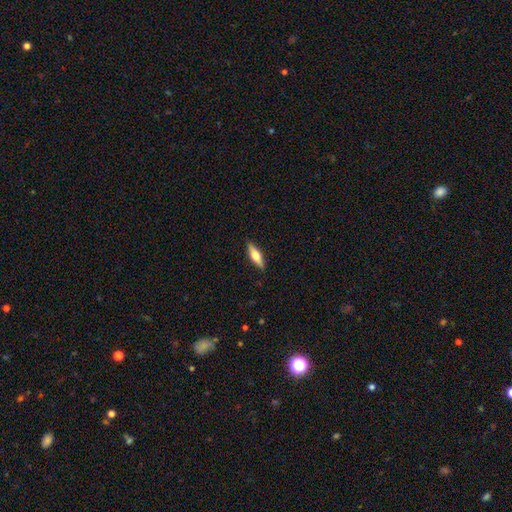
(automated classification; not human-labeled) This appears to be a featured or disk galaxy (55%) viewed edge-on (95%) with a rounded central bulge (94%). Merging: none (90%).